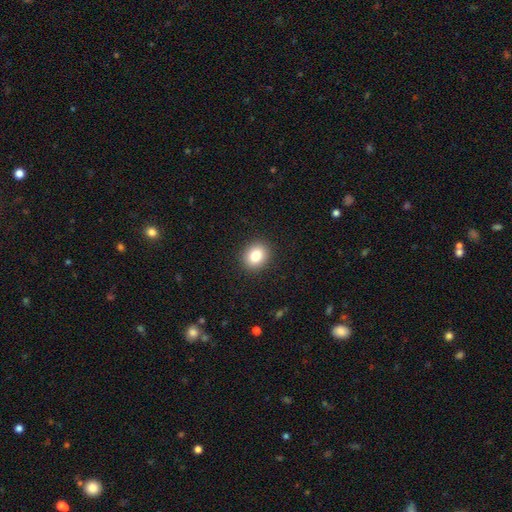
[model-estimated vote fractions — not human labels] Smooth or featured? smooth (83%)
How rounded? round (65%)
Merging? none (91%)